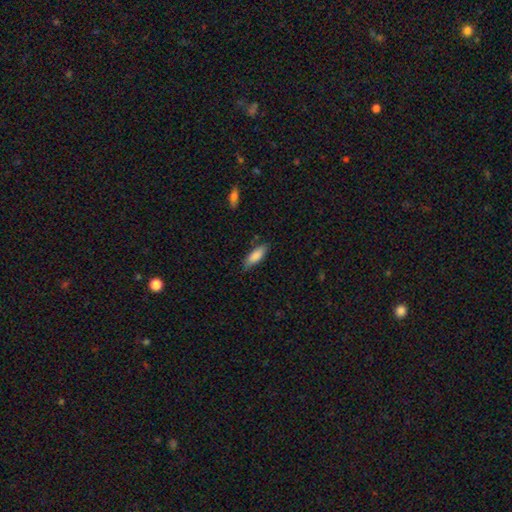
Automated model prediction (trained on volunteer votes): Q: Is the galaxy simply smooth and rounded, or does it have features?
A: smooth — 86%.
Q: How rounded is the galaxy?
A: in between — 65%.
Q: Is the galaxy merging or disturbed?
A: none — 81%.